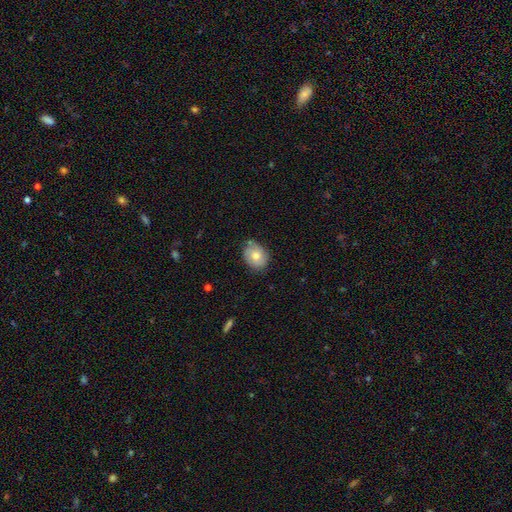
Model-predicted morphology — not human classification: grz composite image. It shows a smooth galaxy with no disk features (70%) that is in between round and cigar-shaped (55%). Merging: none (69%).